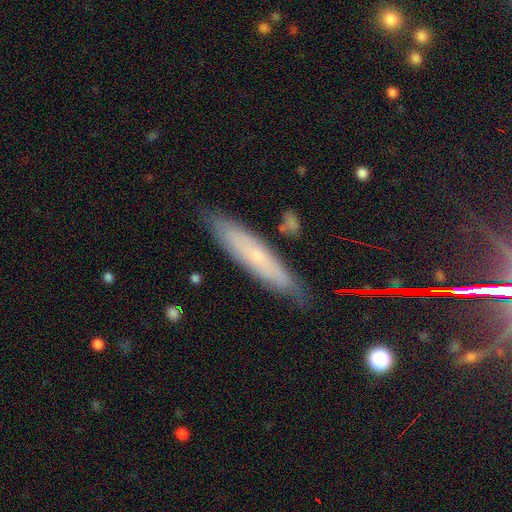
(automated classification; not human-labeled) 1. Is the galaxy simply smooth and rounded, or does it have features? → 50% smooth, 42% featured or disk, 9% star or artifact.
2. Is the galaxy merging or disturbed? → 82% none, 13% minor disturbance, 2% major disturbance, 2% merger.